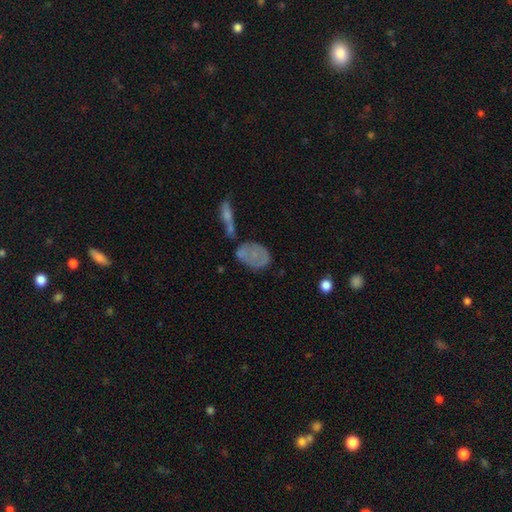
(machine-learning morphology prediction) Smooth or featured?
  - smooth: 62% *
  - featured or disk: 28%
  - star or artifact: 9%
How rounded?
  - in between: 79% *
  - round: 18%
  - cigar-shaped: 3%
Merging?
  - none: 44% *
  - minor disturbance: 25%
  - major disturbance: 16%
  - merger: 15%